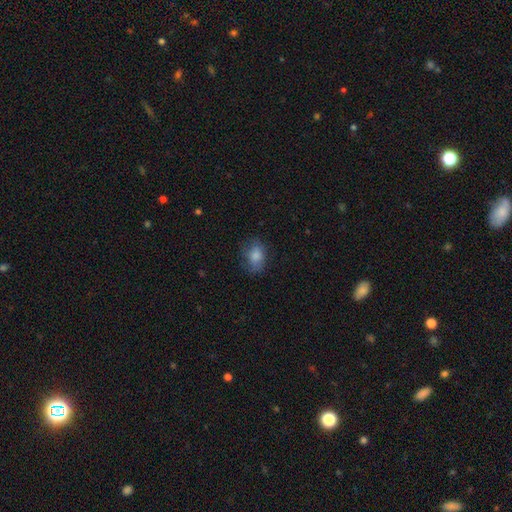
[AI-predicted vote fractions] This appears to be a smooth galaxy with no disk features (80%) that is in between round and cigar-shaped (71%). Merging: none (66%).